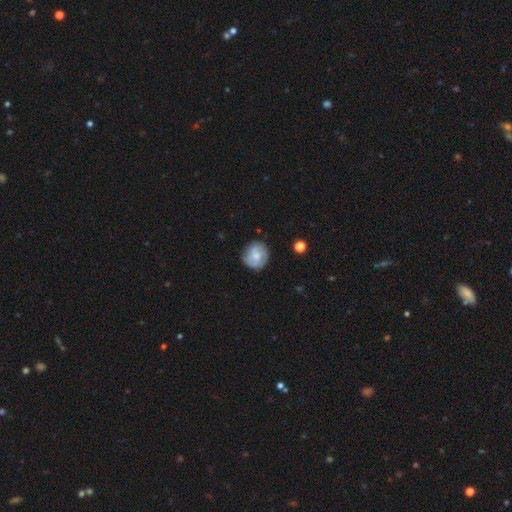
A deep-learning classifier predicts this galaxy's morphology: A smooth galaxy with no disk features (49%).

Vote fractions:
- Smooth or featured? smooth: 49% / featured or disk: 43% / star or artifact: 8%
- Merging? none: 78% / minor disturbance: 16% / major disturbance: 4% / merger: 2%